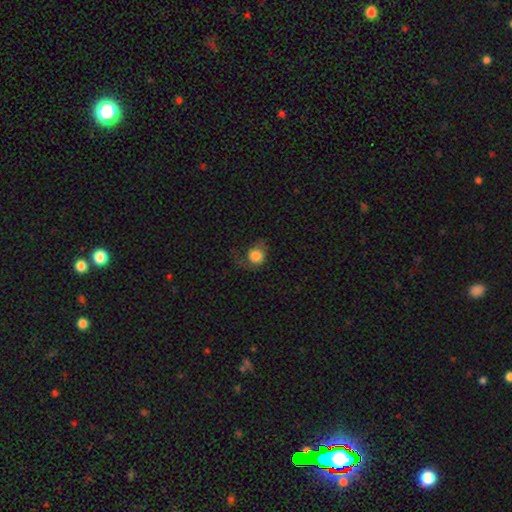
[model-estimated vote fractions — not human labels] Smooth or featured? Predicted: smooth (p=0.81). How rounded? Predicted: round (p=0.79). Merging? Predicted: none (p=0.47).